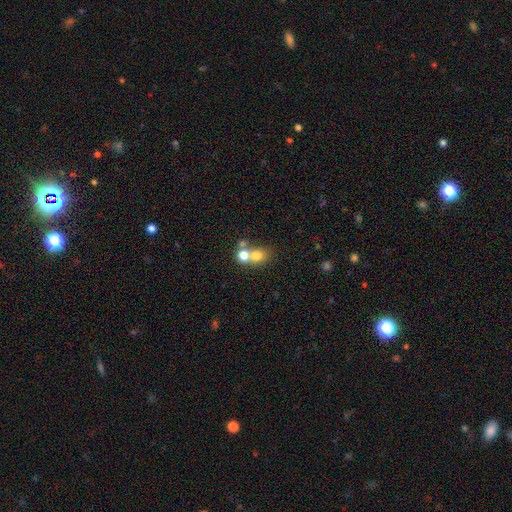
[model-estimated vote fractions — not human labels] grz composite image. It shows a smooth galaxy with no disk features (71%) that is round (69%). Merging: merger (51%).